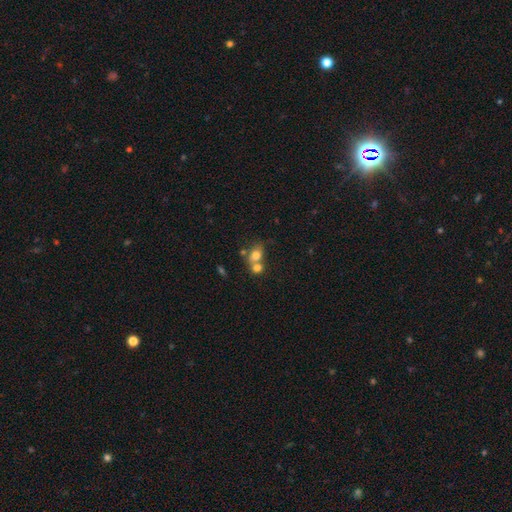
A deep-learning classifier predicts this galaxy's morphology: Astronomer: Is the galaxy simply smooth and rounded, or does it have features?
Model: smooth — 74%.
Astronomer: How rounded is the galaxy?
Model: round — 52% (runner-up: in between, 46%).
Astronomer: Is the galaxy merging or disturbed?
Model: merger — 55% (runner-up: none, 32%).